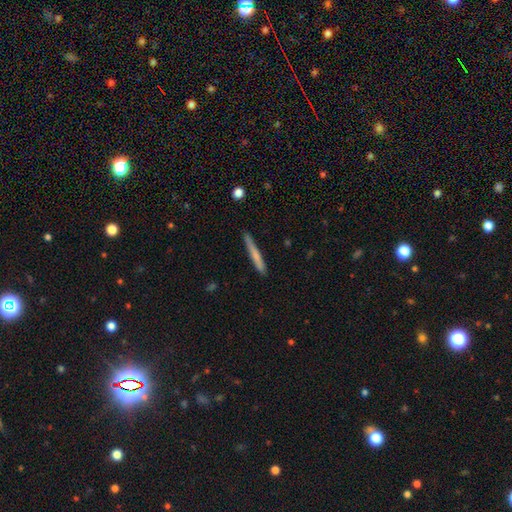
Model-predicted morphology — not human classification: type=smooth (65%); roundness=cigar-shaped (96%); merging=none (84%).